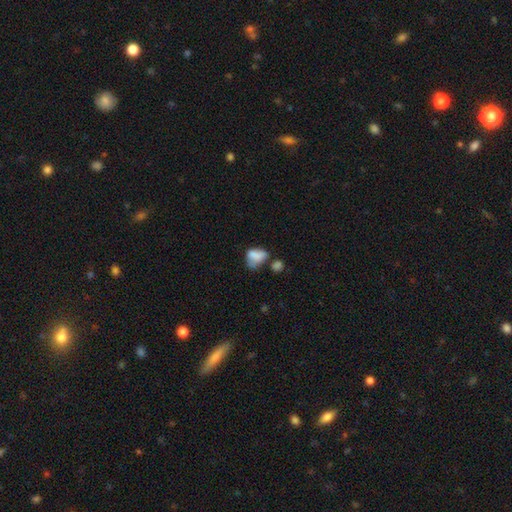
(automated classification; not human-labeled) Smooth or featured?
  - smooth: 71% *
  - featured or disk: 19%
  - star or artifact: 11%
How rounded?
  - in between: 78% *
  - round: 20%
  - cigar-shaped: 2%
Merging?
  - none: 27% *
  - minor disturbance: 26%
  - merger: 24%
  - major disturbance: 23%